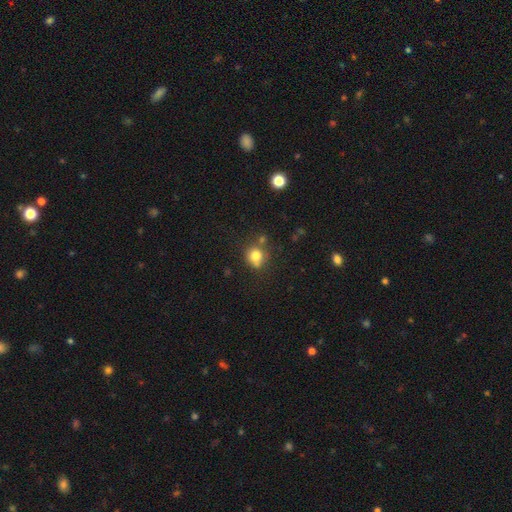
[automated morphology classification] Smooth or featured?
  - smooth: 78% *
  - star or artifact: 12%
  - featured or disk: 10%
How rounded?
  - round: 83% *
  - in between: 16%
  - cigar-shaped: 1%
Merging?
  - none: 62% *
  - merger: 17%
  - minor disturbance: 16%
  - major disturbance: 5%